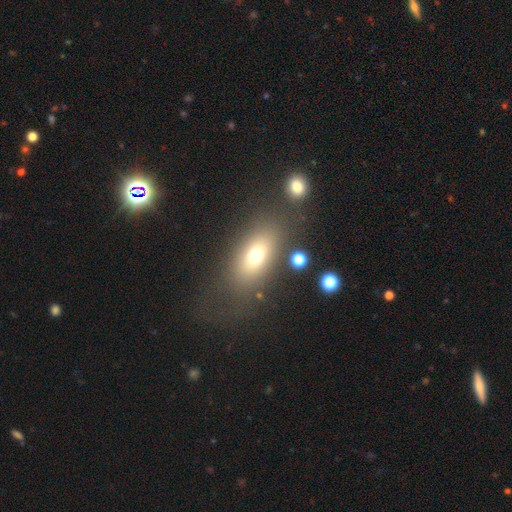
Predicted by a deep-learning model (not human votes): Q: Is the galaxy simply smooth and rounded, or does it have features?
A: smooth — 70%.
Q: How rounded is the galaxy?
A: in between — 79%.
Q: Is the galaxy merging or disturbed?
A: none — 75%.